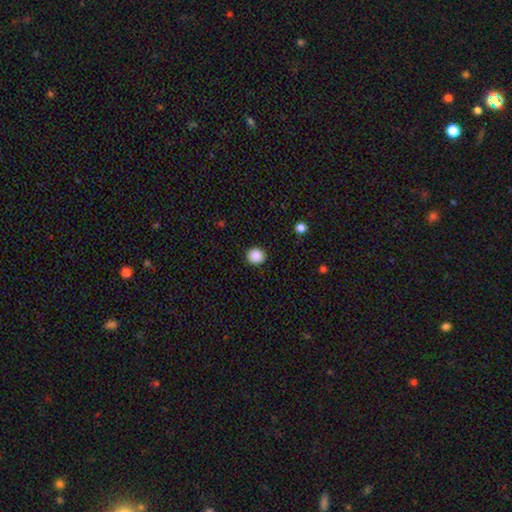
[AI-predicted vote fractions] A smooth galaxy with no disk features (88%) that is round (89%). Merging: none (92%).